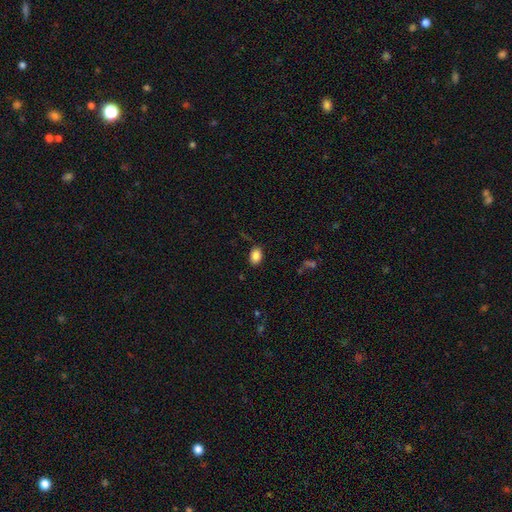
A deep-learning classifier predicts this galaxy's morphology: Q: Smooth or featured?
A: smooth (86%); runner-up: star or artifact (9%)
Q: How rounded?
A: in between (79%); runner-up: round (20%)
Q: Merging?
A: none (82%); runner-up: minor disturbance (13%)